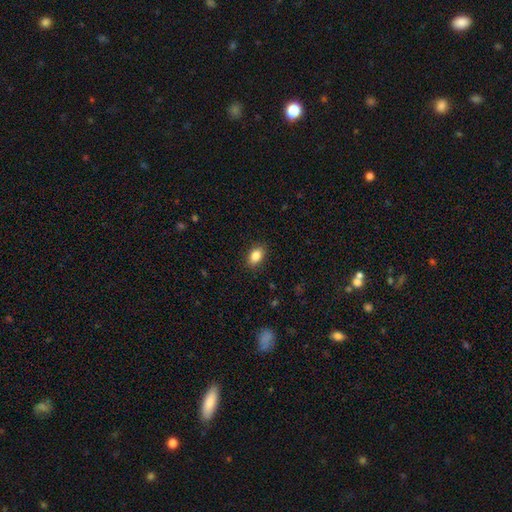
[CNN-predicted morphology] Smooth or featured? Predicted: smooth (p=0.85). How rounded? Predicted: in between (p=0.84). Merging? Predicted: none (p=0.88).